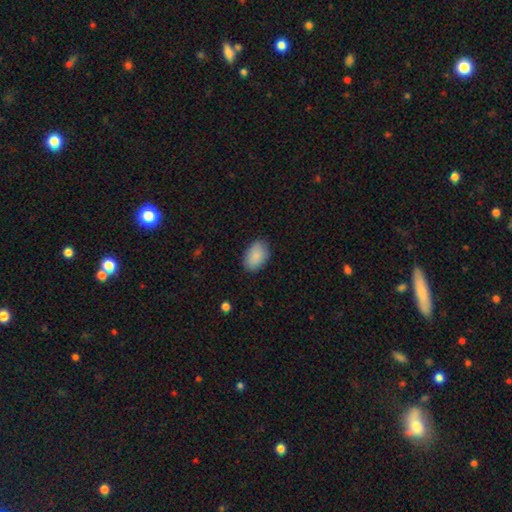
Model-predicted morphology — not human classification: Overall: smooth (88%). How rounded: in between (88%). Merging: none (83%).